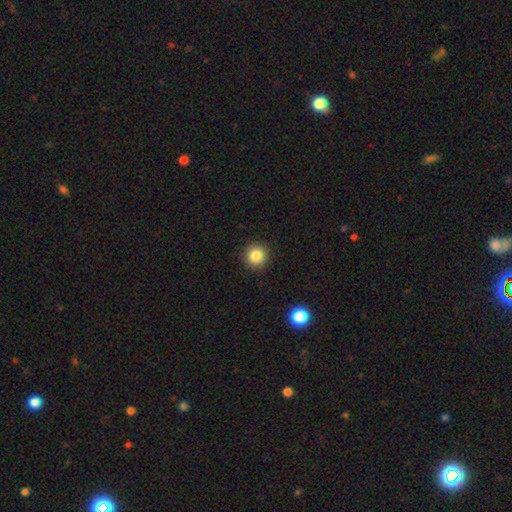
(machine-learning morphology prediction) A smooth galaxy with no disk features (85%) that is round (95%). Merging: none (92%).